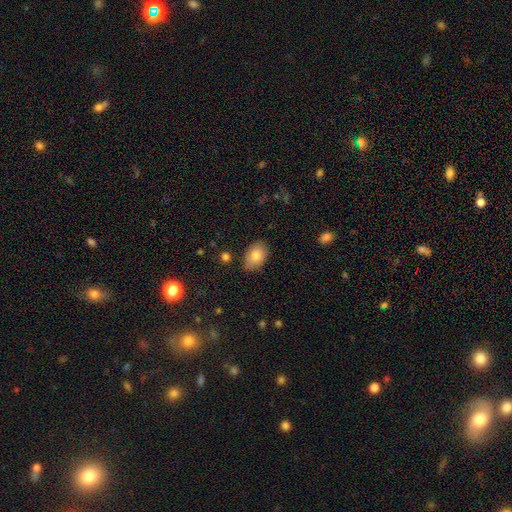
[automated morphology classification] Q: Smooth or featured?
A: smooth (80%); runner-up: featured or disk (13%)
Q: How rounded?
A: in between (86%); runner-up: round (12%)
Q: Merging?
A: none (81%); runner-up: minor disturbance (15%)